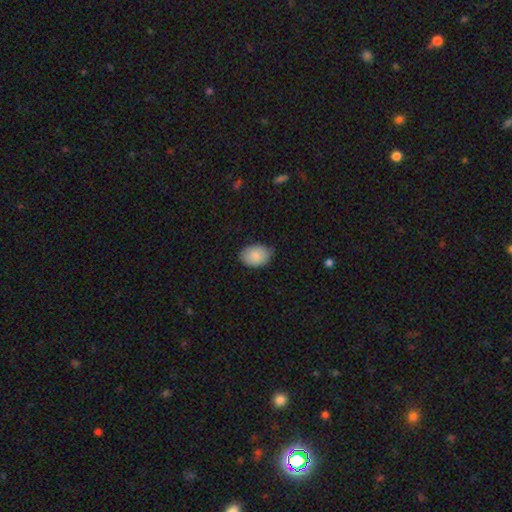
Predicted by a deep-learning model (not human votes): Smooth or featured? Predicted: smooth (p=0.88). How rounded? Predicted: in between (p=0.80). Merging? Predicted: none (p=0.78).